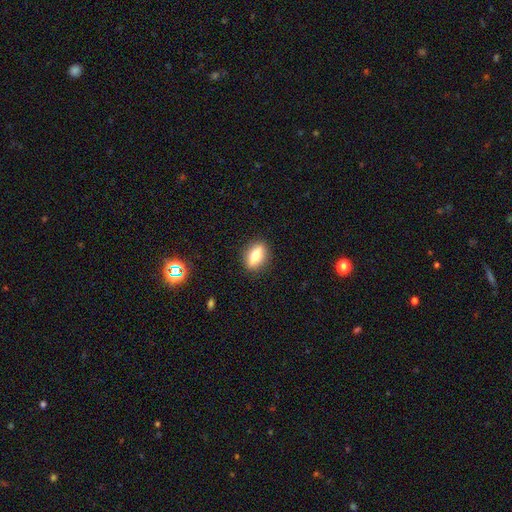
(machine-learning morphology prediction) smooth-or-featured: smooth: 54% | featured or disk: 37% | star or artifact: 9%
  how-rounded: in between: 62% | cigar-shaped: 28% | round: 11%
  merging: none: 88% | minor disturbance: 8% | major disturbance: 3% | merger: 1%